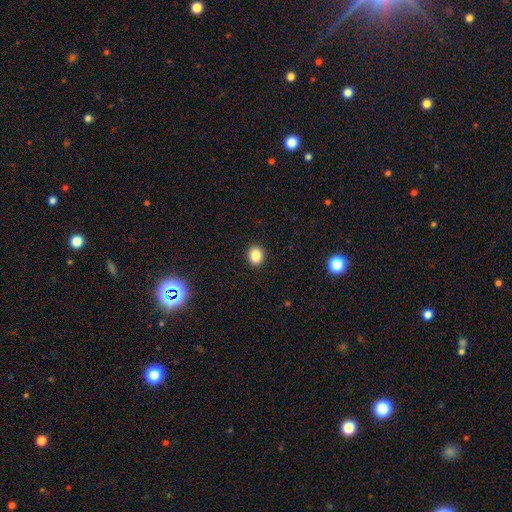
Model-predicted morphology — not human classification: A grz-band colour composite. It shows a smooth galaxy with no disk features (85%) that is round (67%). Merging: none (92%).